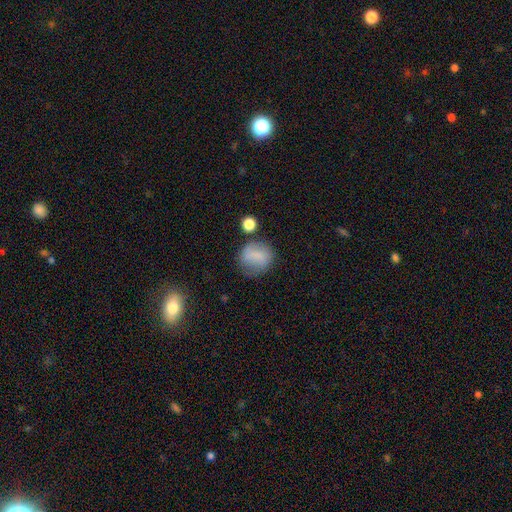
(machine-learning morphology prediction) Smooth or featured?
  - smooth: 73% *
  - featured or disk: 17%
  - star or artifact: 10%
How rounded?
  - round: 74% *
  - in between: 25%
  - cigar-shaped: 1%
Merging?
  - none: 65% *
  - minor disturbance: 21%
  - major disturbance: 8%
  - merger: 6%